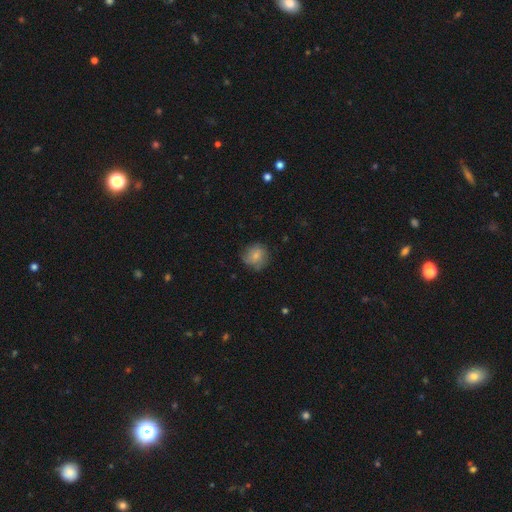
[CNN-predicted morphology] This appears to be a smooth galaxy with no disk features (73%) that is round (85%). Merging: none (73%).